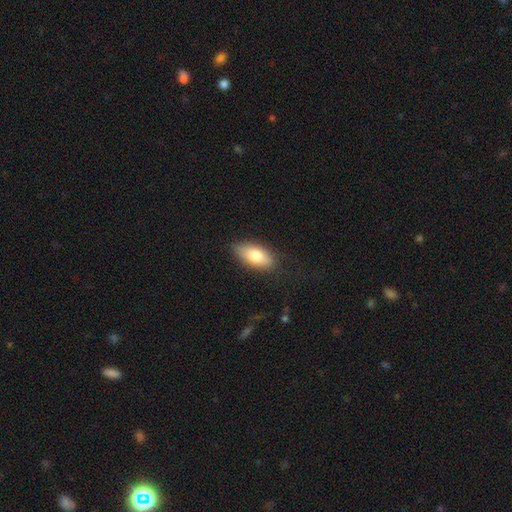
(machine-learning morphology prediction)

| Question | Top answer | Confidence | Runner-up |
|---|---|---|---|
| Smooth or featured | smooth | 78% | featured or disk (15%) |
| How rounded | in between | 87% | cigar-shaped (10%) |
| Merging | none | 82% | minor disturbance (14%) |